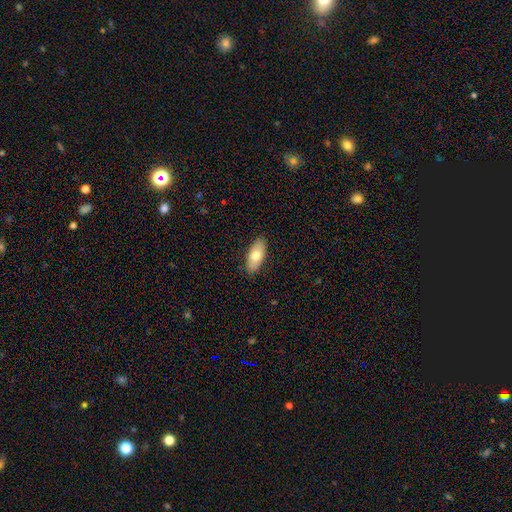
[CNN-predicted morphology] Q: Smooth or featured?
A: smooth (74%); runner-up: featured or disk (19%)
Q: How rounded?
A: in between (85%); runner-up: cigar-shaped (12%)
Q: Merging?
A: none (88%); runner-up: minor disturbance (9%)